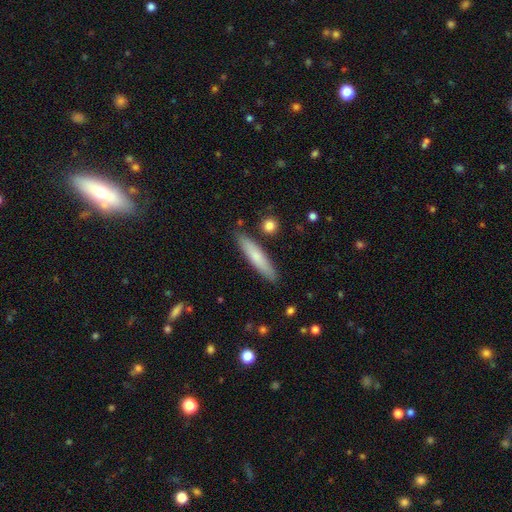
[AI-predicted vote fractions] Overall: smooth (69%). How rounded: cigar-shaped (88%). Merging: none (87%).